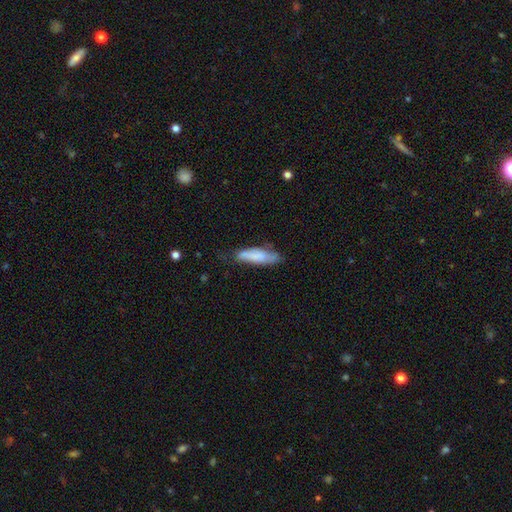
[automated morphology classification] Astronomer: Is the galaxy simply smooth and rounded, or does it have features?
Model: smooth — 76%.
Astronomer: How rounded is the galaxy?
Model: cigar-shaped — 57% (runner-up: in between, 41%).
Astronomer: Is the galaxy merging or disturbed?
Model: none — 60%.